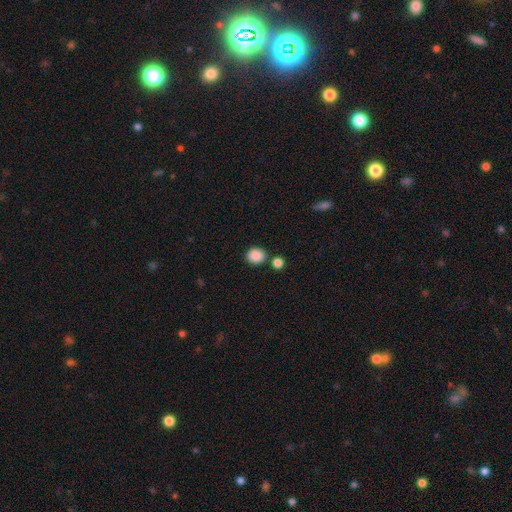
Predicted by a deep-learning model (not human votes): Q: Smooth or featured?
A: smooth (88%); runner-up: star or artifact (9%)
Q: How rounded?
A: round (77%); runner-up: in between (22%)
Q: Merging?
A: none (77%); runner-up: merger (11%)